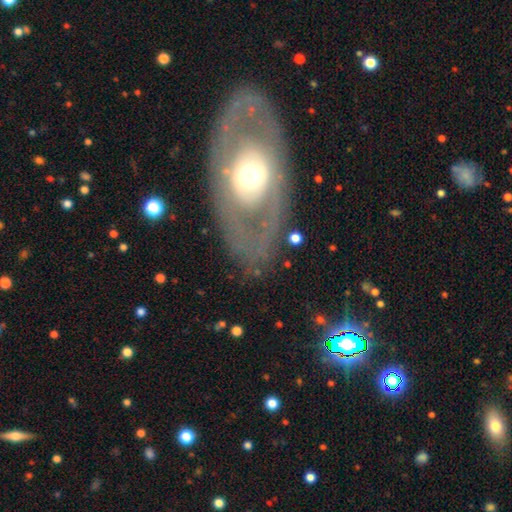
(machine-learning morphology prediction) This appears to be a featured or disk galaxy (66%) with no bar (80%), no spiral arms (63%) and a moderate central bulge (60%). Merging: none (71%).